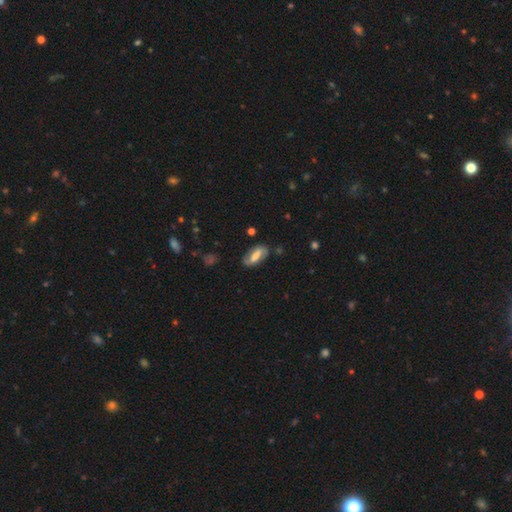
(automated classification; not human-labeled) Smooth or featured? Predicted: featured or disk (p=0.48). Merging? Predicted: none (p=0.72).